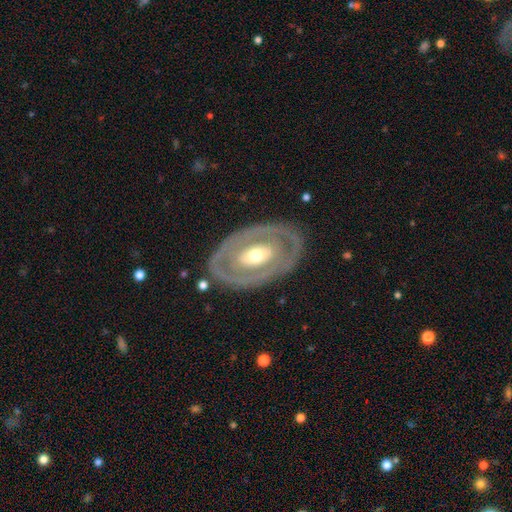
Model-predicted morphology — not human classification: Smooth or featured?
  - featured or disk: 73% *
  - smooth: 23%
  - star or artifact: 4%
Edge-on disk?
  - no: 92% *
  - yes: 8%
Bar?
  - no: 69% *
  - weak: 19%
  - strong: 12%
Spiral arms?
  - no: 70% *
  - yes: 30%
Bulge size?
  - moderate: 65% *
  - small: 24%
  - large: 9%
  - dominant: 1%
  - none: 1%
Merging?
  - none: 81% *
  - minor disturbance: 12%
  - major disturbance: 6%
  - merger: 1%